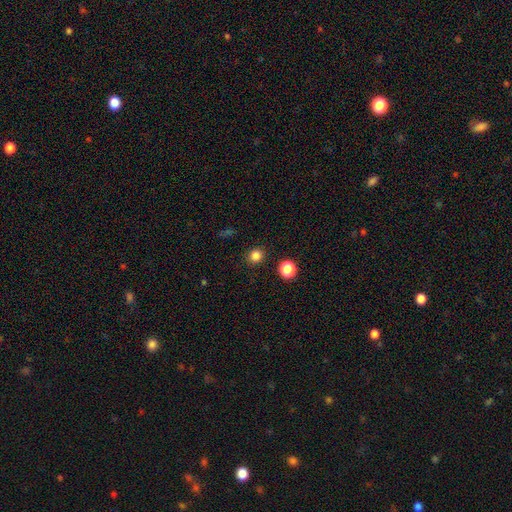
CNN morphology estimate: A smooth galaxy with no disk features (83%) that is round (86%). Merging: none (90%).